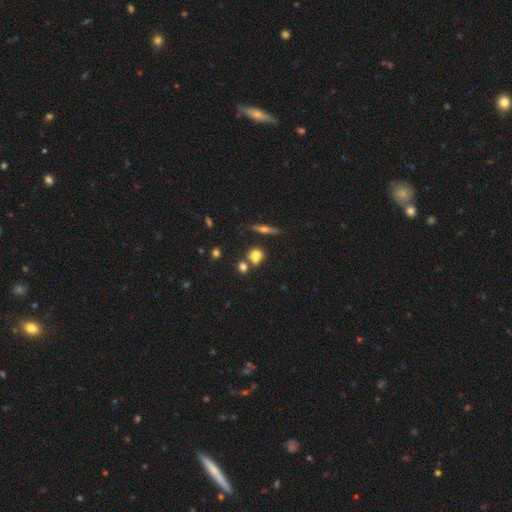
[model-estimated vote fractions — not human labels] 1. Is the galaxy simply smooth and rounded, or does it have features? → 68% smooth, 17% featured or disk, 15% star or artifact.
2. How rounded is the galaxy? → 57% round, 37% in between, 6% cigar-shaped.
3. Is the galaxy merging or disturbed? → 54% none, 30% merger, 12% minor disturbance, 5% major disturbance.